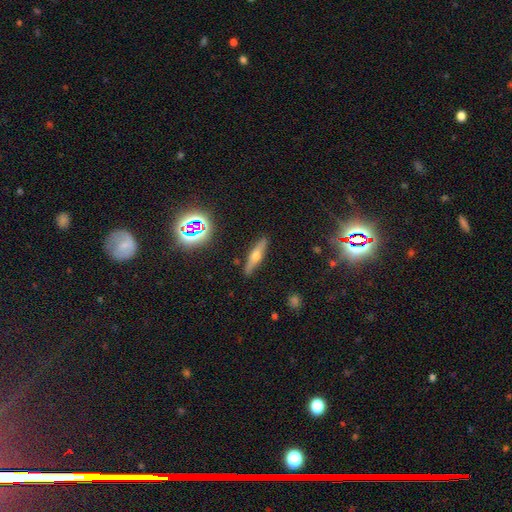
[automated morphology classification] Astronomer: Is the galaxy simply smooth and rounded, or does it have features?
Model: featured or disk — 47% (runner-up: smooth, 41%).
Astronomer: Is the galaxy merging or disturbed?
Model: none — 88%.